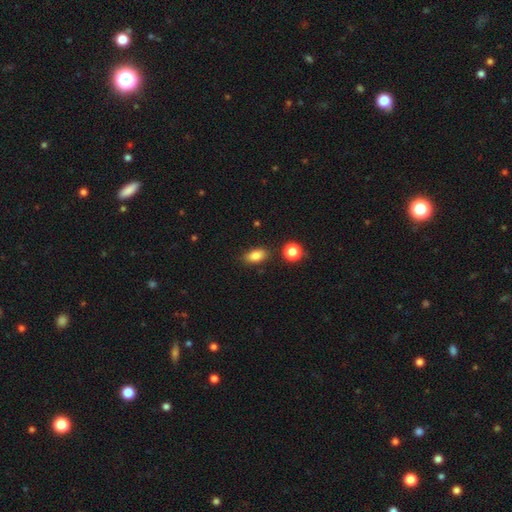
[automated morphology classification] Q: Smooth or featured?
A: smooth (84%); runner-up: star or artifact (9%)
Q: How rounded?
A: in between (85%); runner-up: round (9%)
Q: Merging?
A: none (82%); runner-up: minor disturbance (12%)